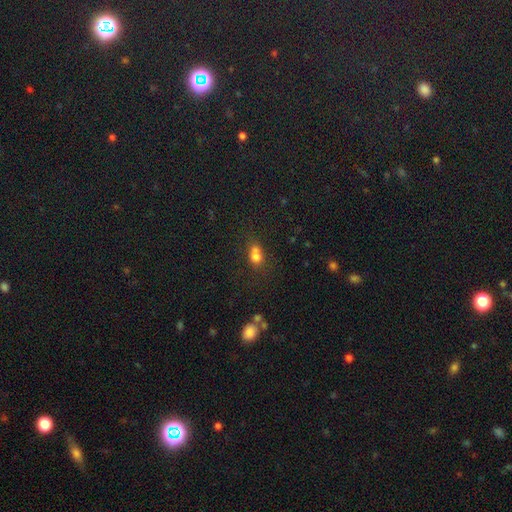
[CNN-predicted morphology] Smooth or featured? Predicted: smooth (p=0.72). How rounded? Predicted: round (p=0.54). Merging? Predicted: merger (p=0.51).